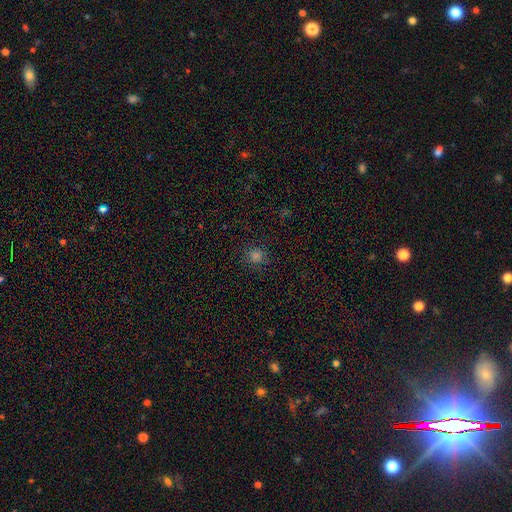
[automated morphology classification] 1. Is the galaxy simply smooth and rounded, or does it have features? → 75% smooth, 21% star or artifact, 5% featured or disk.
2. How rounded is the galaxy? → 90% round, 9% in between, 1% cigar-shaped.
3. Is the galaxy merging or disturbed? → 87% none, 9% minor disturbance, 3% major disturbance, 1% merger.